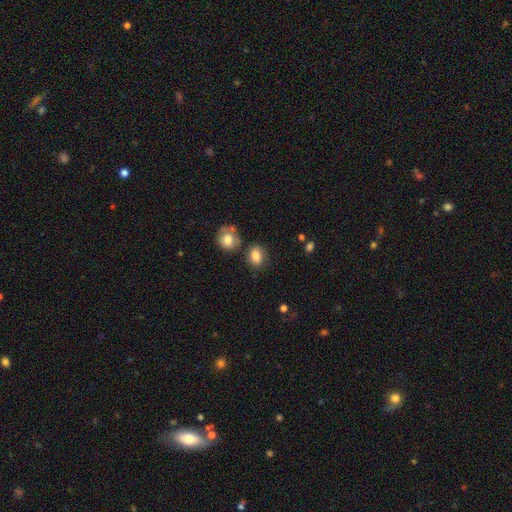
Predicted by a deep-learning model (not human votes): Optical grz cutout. It shows a smooth galaxy with no disk features (82%) that is in between round and cigar-shaped (58%). Merging: none (73%).